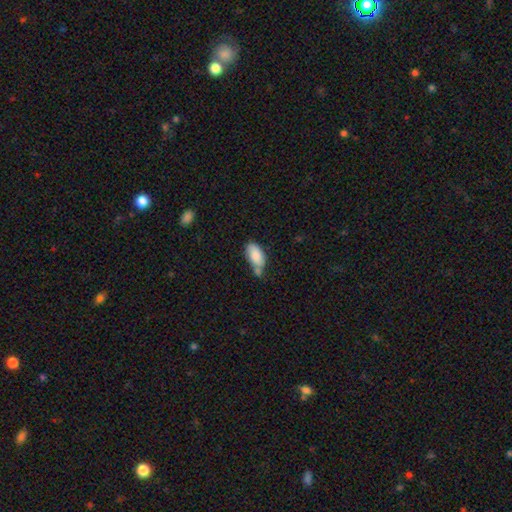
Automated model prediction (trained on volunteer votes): The model was most divided on "merging": none: 39%, minor disturbance: 27%, merger: 25%, major disturbance: 8%. More confident: how rounded — in between (92%); smooth or featured — smooth (82%).